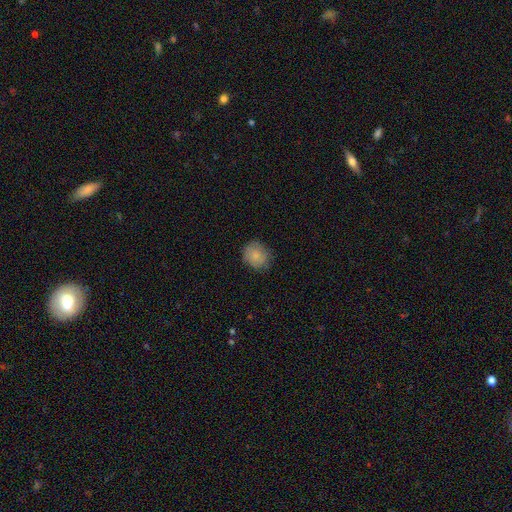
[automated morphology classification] Smooth or featured? Predicted: smooth (p=0.83). How rounded? Predicted: round (p=0.72). Merging? Predicted: none (p=0.78).